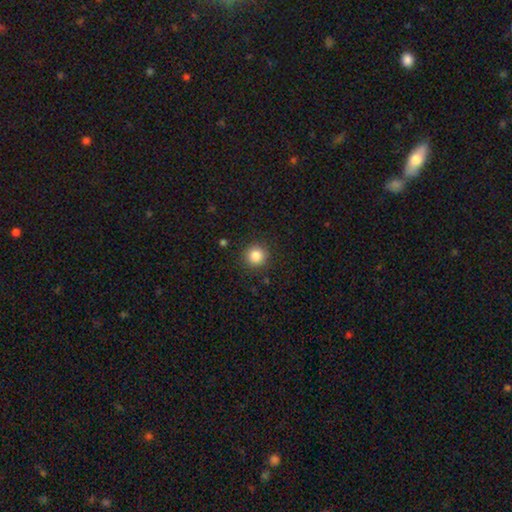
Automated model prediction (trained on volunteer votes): A smooth galaxy with no disk features (85%) that is round (94%). Merging: none (90%).